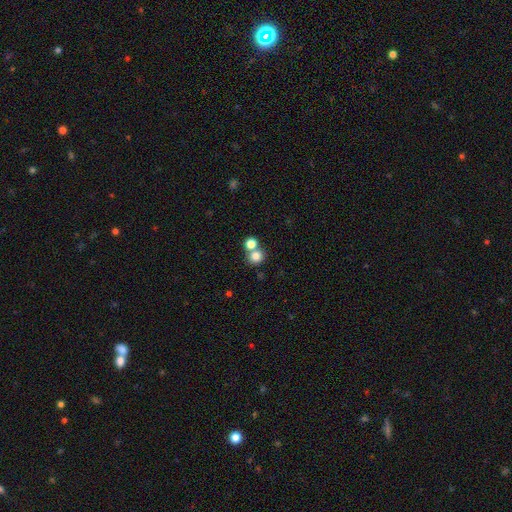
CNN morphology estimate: This is likely a smooth galaxy (80%). How rounded: clearly round (86%). Merging: possibly none (53%).